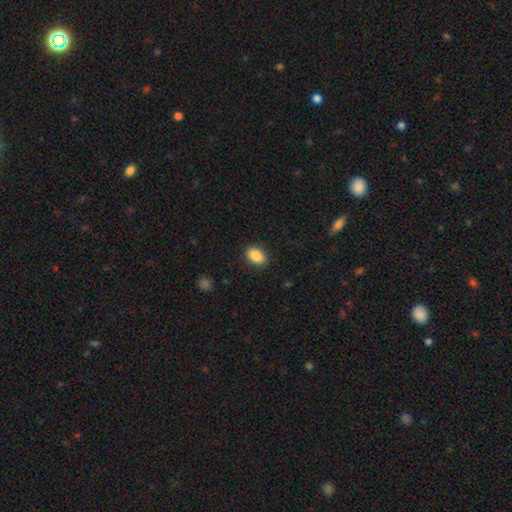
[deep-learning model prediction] Overall: smooth (88%). How rounded: in between (87%). Merging: none (88%).